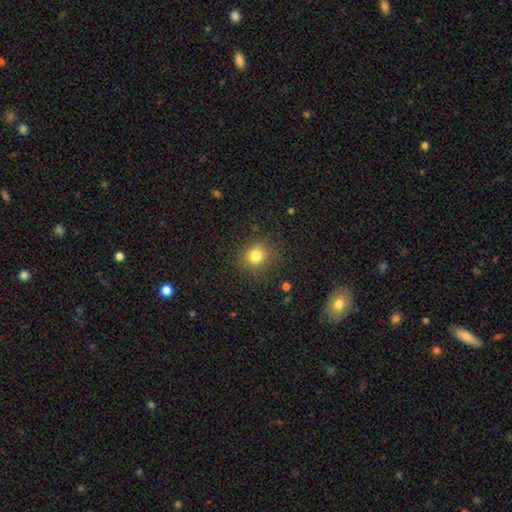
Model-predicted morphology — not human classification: This is clearly a smooth galaxy (80%). How rounded: clearly round (85%). Merging: clearly none (86%).